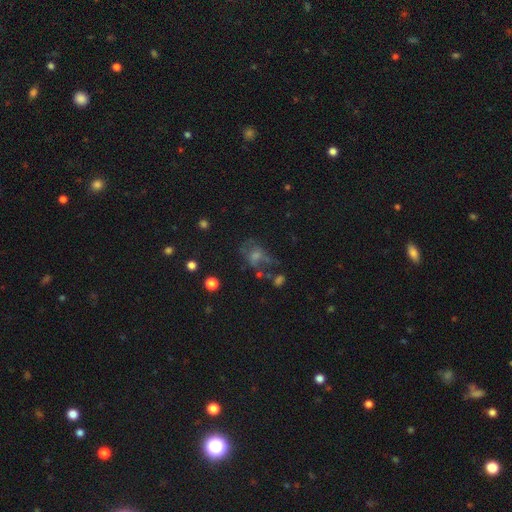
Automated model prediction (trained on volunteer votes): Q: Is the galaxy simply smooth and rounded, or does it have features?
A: featured or disk — 38%.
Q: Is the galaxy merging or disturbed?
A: none — 36%.